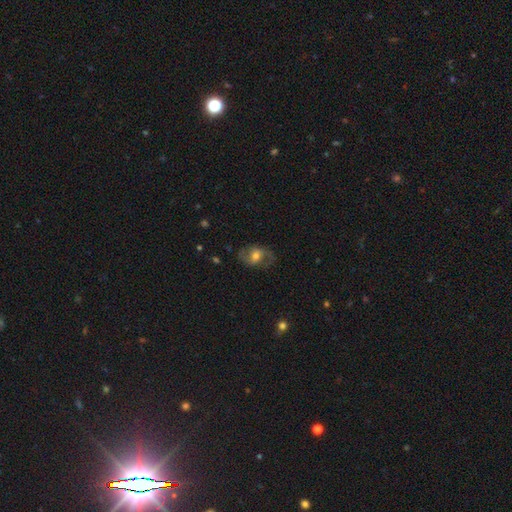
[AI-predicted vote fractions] Smooth or featured? featured or disk (59%)
Edge-on disk? no (95%)
Bar? no (50%)
Spiral arms? yes (79%)
Bulge size? moderate (61%)
Merging? none (67%)